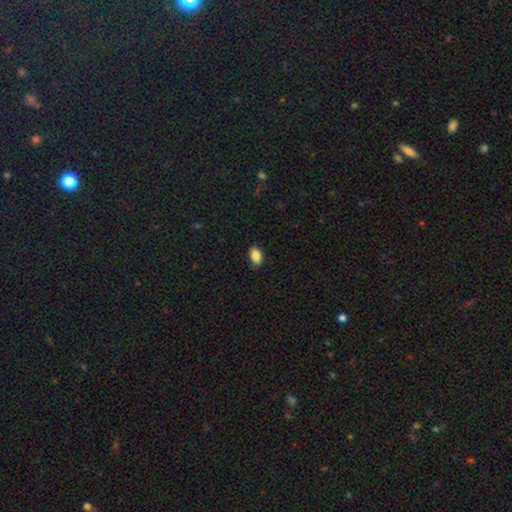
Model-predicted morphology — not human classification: Smooth or featured? smooth (86%)
How rounded? in between (89%)
Merging? none (86%)